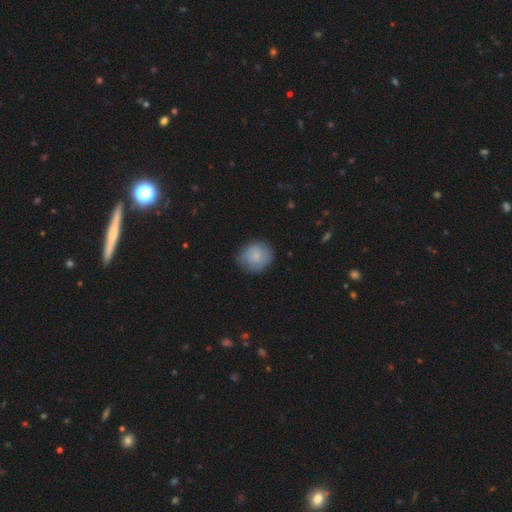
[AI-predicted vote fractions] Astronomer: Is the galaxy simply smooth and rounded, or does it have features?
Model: smooth — 73%.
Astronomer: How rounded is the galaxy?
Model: round — 84%.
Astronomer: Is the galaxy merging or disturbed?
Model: none — 74%.